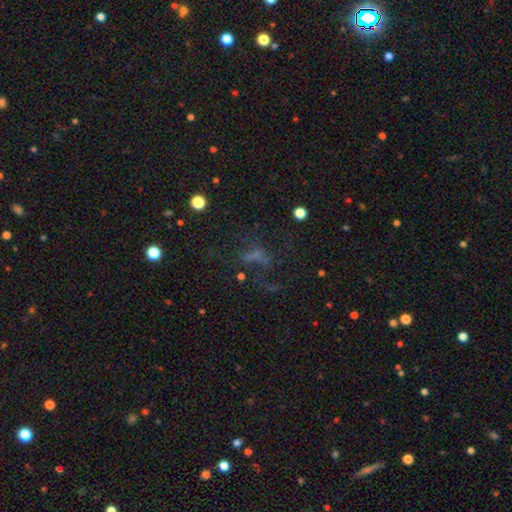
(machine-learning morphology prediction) smooth_or_featured: star or artifact (p=0.36) [alt: smooth p=0.33]